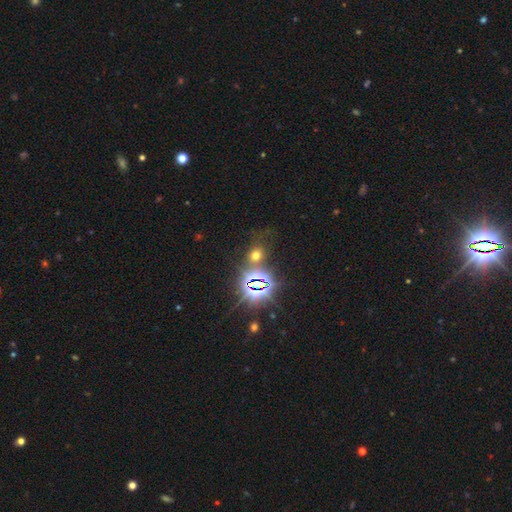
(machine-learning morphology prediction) star or artifact 47%, smooth 45%, featured or disk 8%.